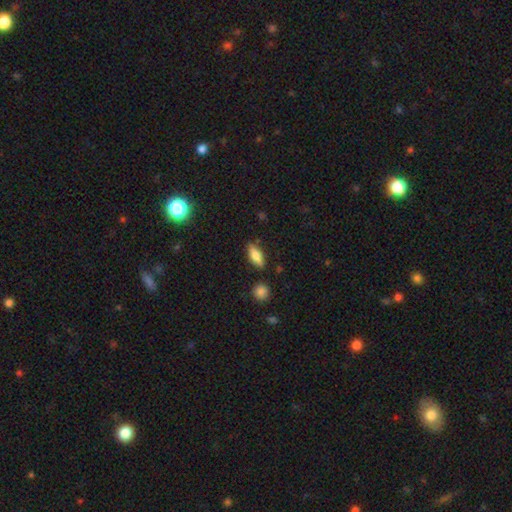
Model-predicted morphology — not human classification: This appears to be a smooth galaxy with no disk features (70%) that is in between round and cigar-shaped (68%). Merging: none (81%).